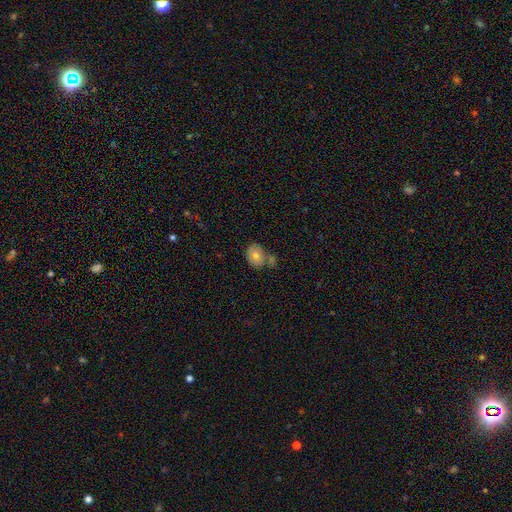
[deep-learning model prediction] Smooth or featured?
  - smooth: 67% *
  - featured or disk: 24%
  - star or artifact: 9%
How rounded?
  - round: 55% *
  - in between: 44%
  - cigar-shaped: 1%
Merging?
  - none: 55% *
  - merger: 23%
  - minor disturbance: 17%
  - major disturbance: 5%